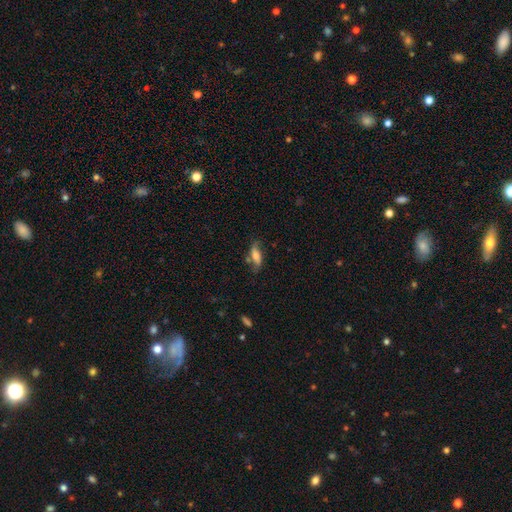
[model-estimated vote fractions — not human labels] smooth-or-featured: featured or disk: 47% | smooth: 44% | star or artifact: 9%
  merging: none: 59% | minor disturbance: 24% | major disturbance: 10% | merger: 8%